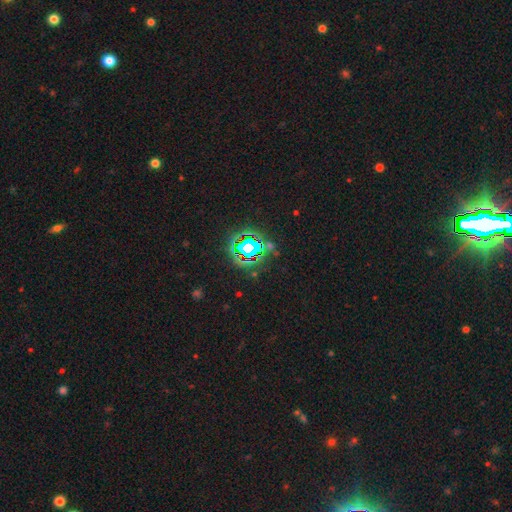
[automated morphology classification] star or artifact 83%, smooth 10%, featured or disk 7%.